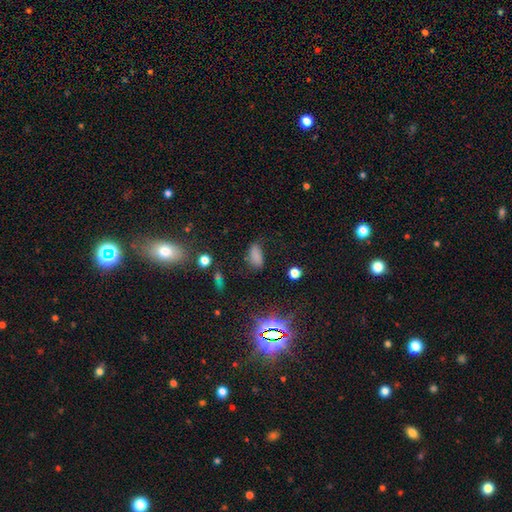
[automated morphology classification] type=smooth (74%); roundness=in between (89%); merging=none (66%).